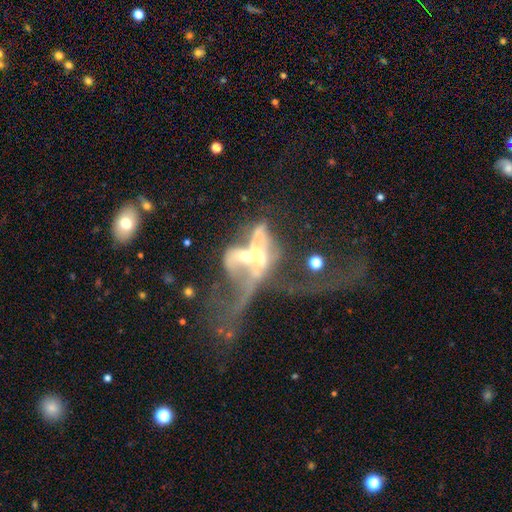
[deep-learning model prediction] A featured or disk galaxy (66%) with no bar (70%), no spiral arms (63%) and a moderate central bulge (51%).

Vote fractions:
- Smooth or featured? featured or disk: 66% / smooth: 22% / star or artifact: 12%
- Edge-on disk? no: 91% / yes: 9%
- Bar? no: 70% / weak: 20% / strong: 10%
- Spiral arms? no: 63% / yes: 37%
- Bulge size? moderate: 51% / small: 26% / large: 11% / none: 9% / dominant: 3%
- Merging? merger: 66% / major disturbance: 25% / none: 6% / minor disturbance: 4%